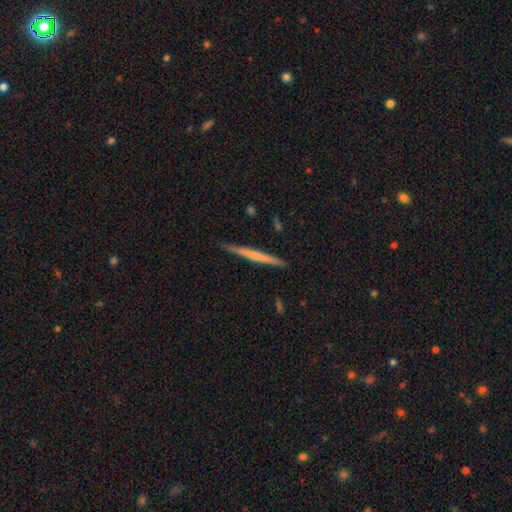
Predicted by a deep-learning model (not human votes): A featured or disk galaxy (48%). Merging: none (90%).